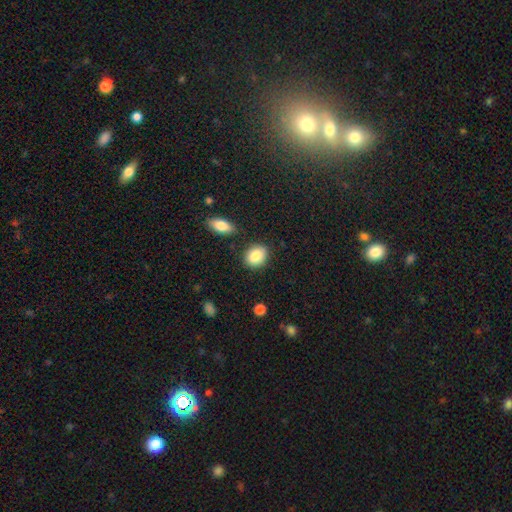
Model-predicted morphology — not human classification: A smooth galaxy with no disk features (86%) that is in between round and cigar-shaped (54%).

Vote fractions:
- Smooth or featured? smooth: 86% / star or artifact: 7% / featured or disk: 7%
- How rounded? in between: 54% / round: 45% / cigar-shaped: 1%
- Merging? none: 84% / minor disturbance: 10% / merger: 4% / major disturbance: 2%